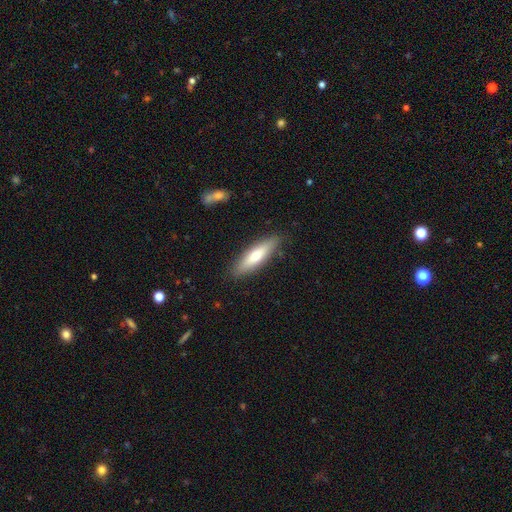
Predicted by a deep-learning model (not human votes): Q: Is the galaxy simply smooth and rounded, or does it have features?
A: smooth — 61%.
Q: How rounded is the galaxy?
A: cigar-shaped — 68%.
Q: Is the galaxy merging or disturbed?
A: none — 86%.